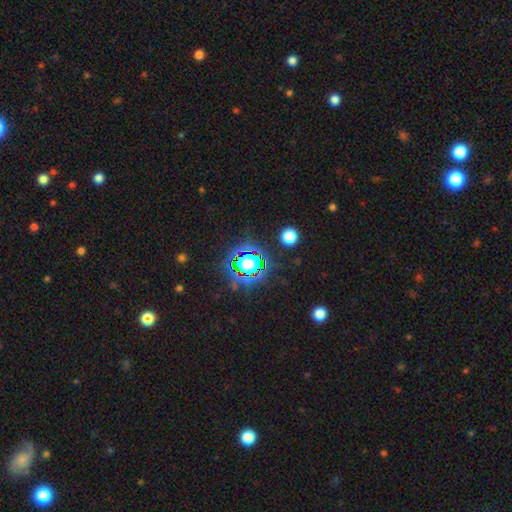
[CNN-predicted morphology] The model was most divided on "smooth or featured": star or artifact: 80%, smooth: 13%, featured or disk: 8%.